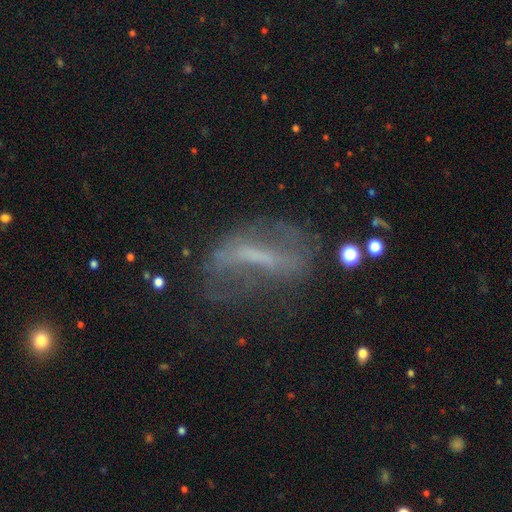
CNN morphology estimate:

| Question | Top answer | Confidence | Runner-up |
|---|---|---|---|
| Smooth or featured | featured or disk | 59% | smooth (25%) |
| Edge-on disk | no | 78% | yes (22%) |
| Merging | none | 46% | major disturbance (28%) |